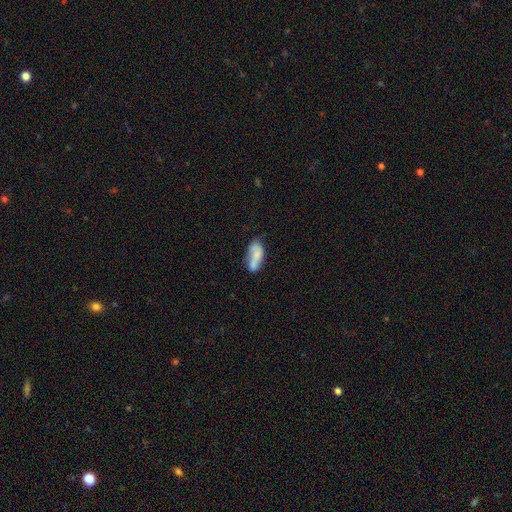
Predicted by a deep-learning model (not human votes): Morphology: type=smooth (67%); roundness=in between (81%); merging=none (42%).